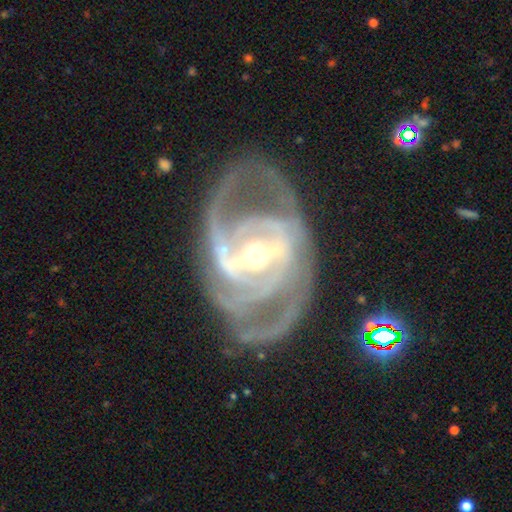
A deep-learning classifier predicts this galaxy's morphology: Smooth or featured: featured or disk — 91% (star or artifact — 5%)
Edge-on disk: no — 97% (yes — 3%)
Bar: strong — 65% (weak — 27%)
Spiral arms: yes — 97% (no — 3%)
Spiral winding: medium — 45% (tight — 44%)
Spiral arm count: 2 — 36% (3 — 30%)
Bulge size: small — 48% (moderate — 47%)
Merging: none — 67% (minor disturbance — 17%)